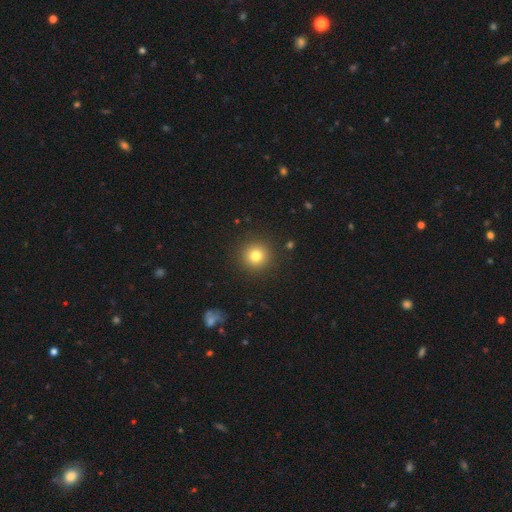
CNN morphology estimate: This is likely a smooth galaxy (79%). How rounded: clearly round (95%). Merging: clearly none (91%).